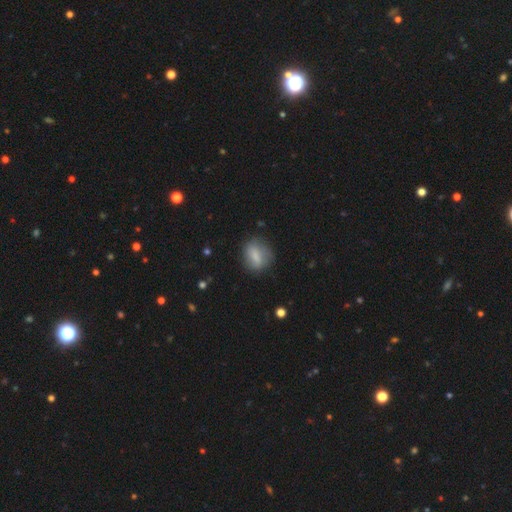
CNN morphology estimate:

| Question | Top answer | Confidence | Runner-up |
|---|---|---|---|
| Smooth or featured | smooth | 73% | featured or disk (19%) |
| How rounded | in between | 59% | round (35%) |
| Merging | none | 68% | minor disturbance (22%) |